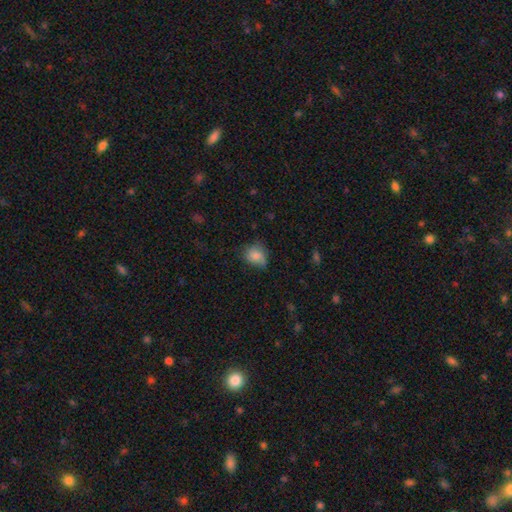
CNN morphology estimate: smooth 82%, star or artifact 9%, featured or disk 9%. Down the decision tree: how rounded — round (60%); merging — none (57%).